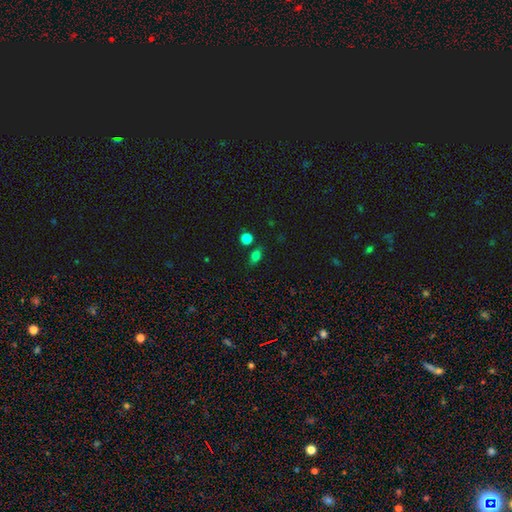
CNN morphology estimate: Q: Smooth or featured?
A: smooth (78%); runner-up: star or artifact (15%)
Q: How rounded?
A: in between (70%); runner-up: round (26%)
Q: Merging?
A: none (73%); runner-up: minor disturbance (15%)